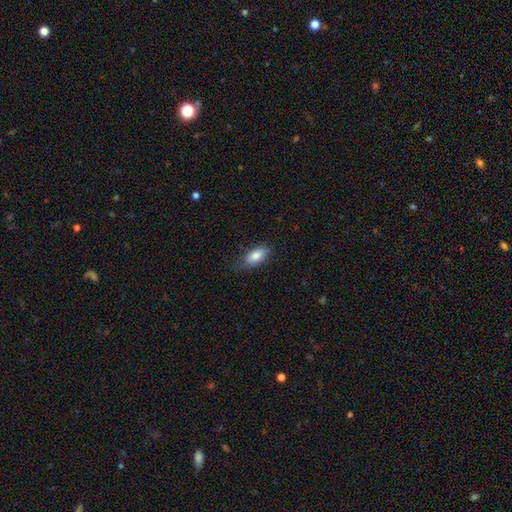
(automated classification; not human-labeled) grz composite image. It shows a smooth galaxy with no disk features (83%) that is in between round and cigar-shaped (87%). Merging: none (71%).